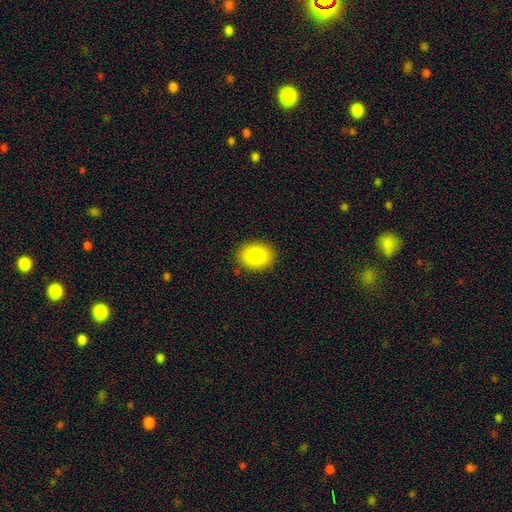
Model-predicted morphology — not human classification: This appears to be a smooth galaxy with no disk features (88%) that is in between round and cigar-shaped (62%). Merging: none (87%).